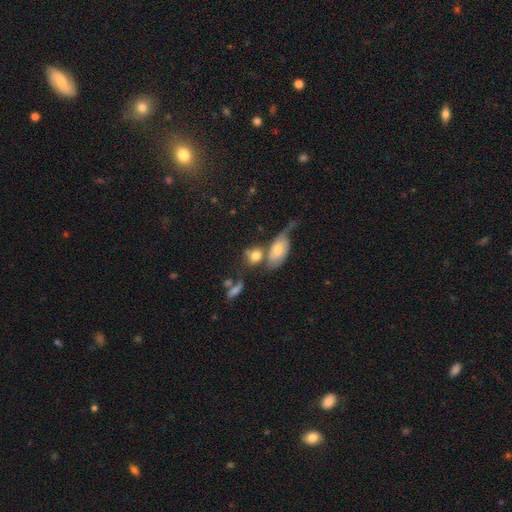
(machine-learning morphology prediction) smooth-or-featured: smooth: 72% | featured or disk: 19% | star or artifact: 9%
  how-rounded: in between: 57% | round: 40% | cigar-shaped: 3%
  merging: merger: 44% | none: 32% | minor disturbance: 14% | major disturbance: 11%